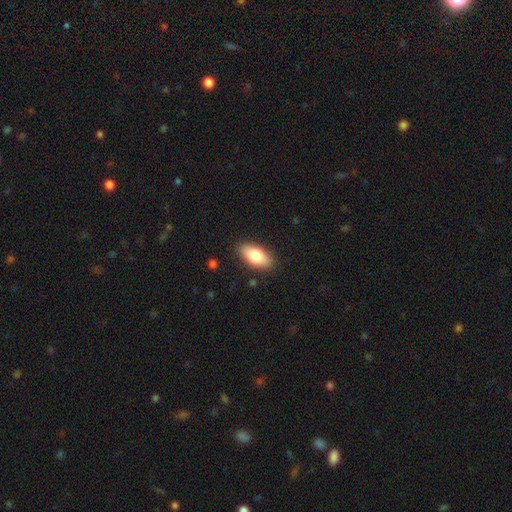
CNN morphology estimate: This appears to be a smooth galaxy with no disk features (81%) that is in between round and cigar-shaped (91%). Merging: none (87%).